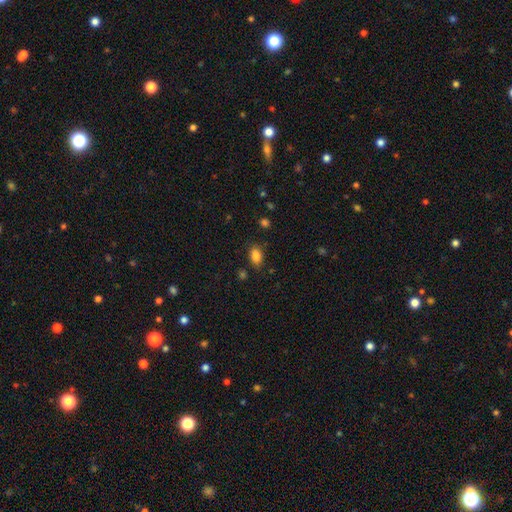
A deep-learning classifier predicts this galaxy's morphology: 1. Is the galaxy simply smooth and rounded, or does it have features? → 86% smooth, 10% star or artifact, 4% featured or disk.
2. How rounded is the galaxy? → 88% in between, 10% round, 2% cigar-shaped.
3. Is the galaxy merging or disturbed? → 80% none, 14% minor disturbance, 4% major disturbance, 2% merger.